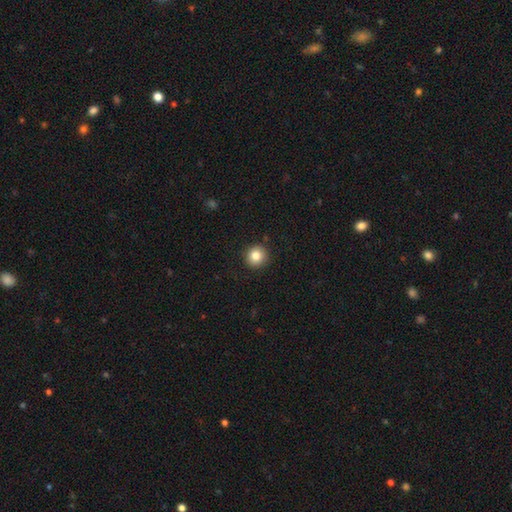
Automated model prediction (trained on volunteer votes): This appears to be a smooth galaxy with no disk features (84%) that is round (94%). Merging: none (92%).